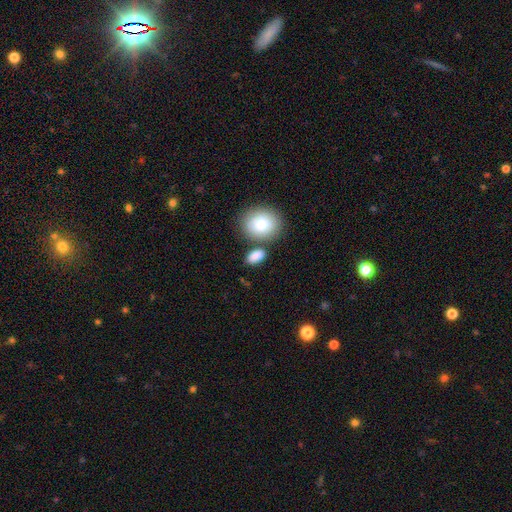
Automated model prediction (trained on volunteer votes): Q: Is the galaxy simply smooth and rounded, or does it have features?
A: smooth — 86%.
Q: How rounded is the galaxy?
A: in between — 80%.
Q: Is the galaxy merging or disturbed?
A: none — 66%.